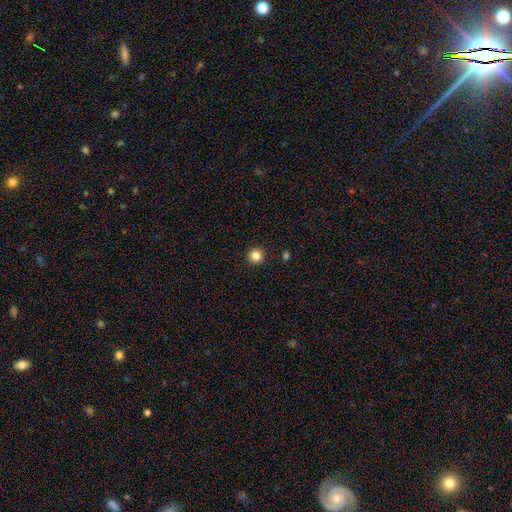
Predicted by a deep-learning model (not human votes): Morphology: type=smooth (84%); roundness=round (96%); merging=none (93%).